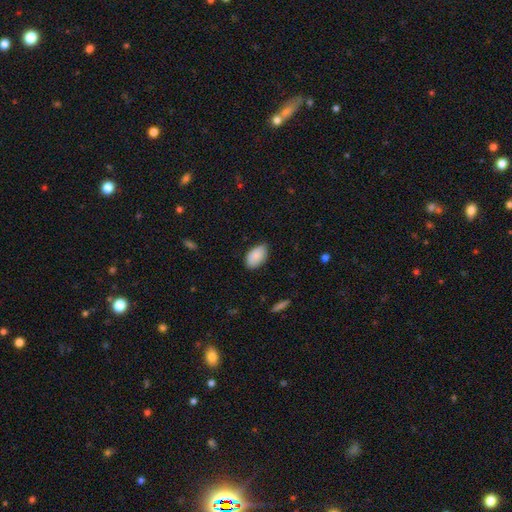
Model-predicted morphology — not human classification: This appears to be a smooth galaxy with no disk features (89%) that is in between round and cigar-shaped (94%). Merging: none (77%).